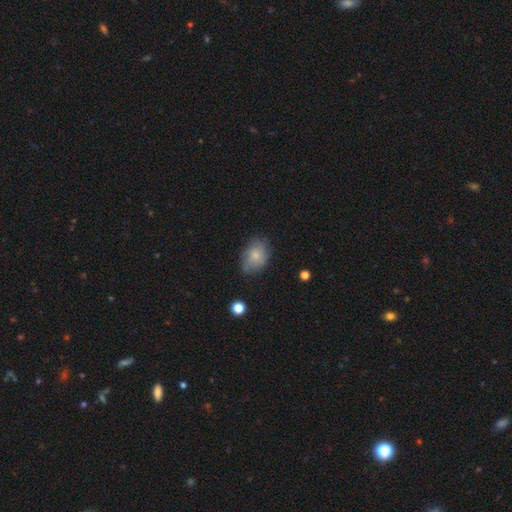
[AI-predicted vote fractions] This is likely a smooth galaxy (72%). How rounded: likely in between (77%). Merging: likely none (70%).